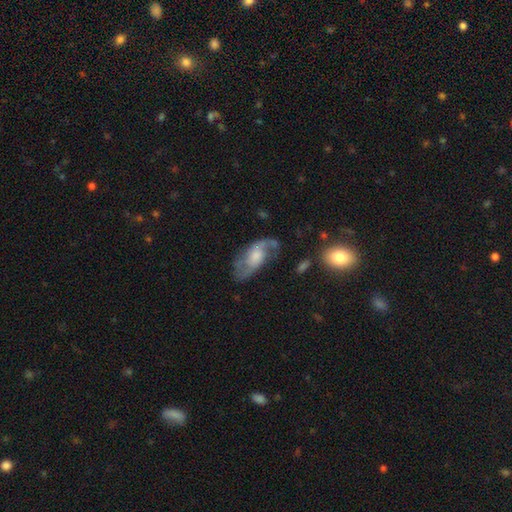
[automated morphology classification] smooth_or_featured: featured or disk (p=0.73) [alt: smooth p=0.20]
disk_edge_on: no (p=0.94) [alt: yes p=0.06]
bar: no (p=0.59) [alt: weak p=0.34]
has_spiral_arms: yes (p=0.89) [alt: no p=0.11]
spiral_winding: loose (p=0.45) [alt: medium p=0.41]
spiral_arm_count: 2 (p=0.80) [alt: 1 p=0.08]
bulge_size: moderate (p=0.37) [alt: large p=0.24]
merging: none (p=0.57) [alt: minor disturbance p=0.22]